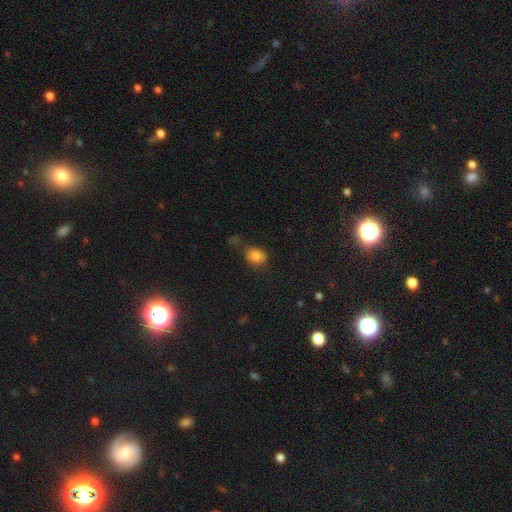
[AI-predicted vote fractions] This appears to be a smooth galaxy with no disk features (81%) that is in between round and cigar-shaped (56%). Merging: none (48%).